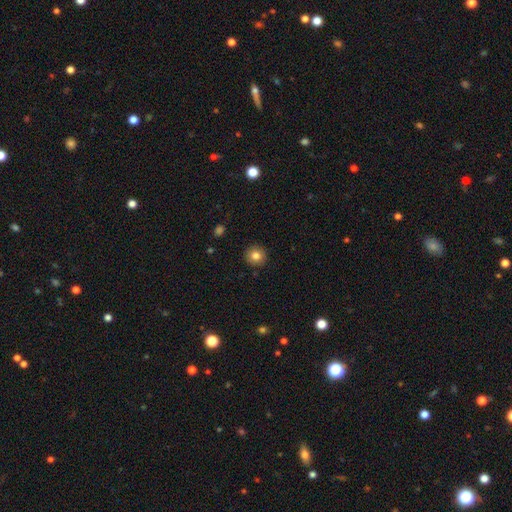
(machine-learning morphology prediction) Smooth or featured?
  - smooth: 82% *
  - star or artifact: 10%
  - featured or disk: 8%
How rounded?
  - round: 91% *
  - in between: 8%
  - cigar-shaped: 1%
Merging?
  - none: 91% *
  - minor disturbance: 6%
  - major disturbance: 2%
  - merger: 1%